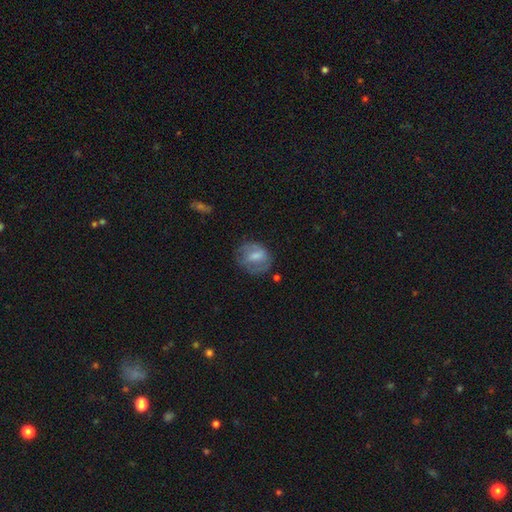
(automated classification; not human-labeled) The model was most divided on "smooth or featured": smooth: 51%, featured or disk: 41%, star or artifact: 8%. More confident: merging — none (61%); how rounded — round (54%).